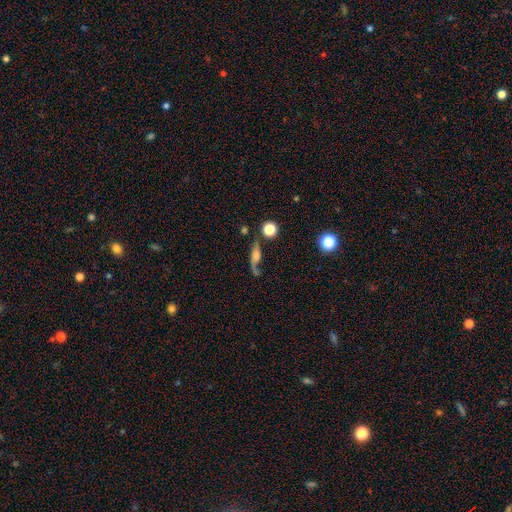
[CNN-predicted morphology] This appears to be a featured or disk galaxy (56%) viewed edge-on (51%). Merging: none (55%).